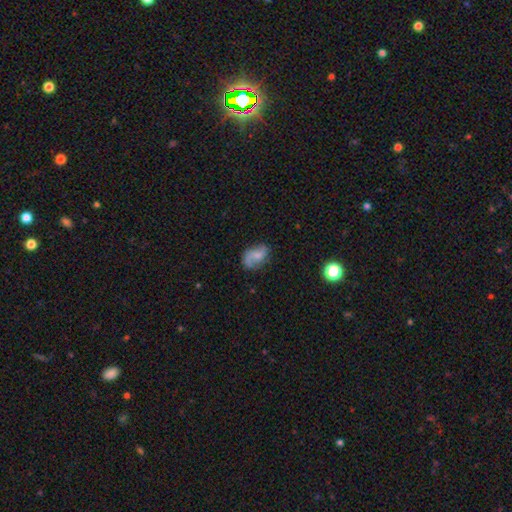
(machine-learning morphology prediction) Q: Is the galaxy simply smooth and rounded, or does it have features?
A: featured or disk — 56%.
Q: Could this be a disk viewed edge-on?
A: no — 97%.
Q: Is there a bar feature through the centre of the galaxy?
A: no — 57%.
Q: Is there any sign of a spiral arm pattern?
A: yes — 87%.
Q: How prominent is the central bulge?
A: small — 38%.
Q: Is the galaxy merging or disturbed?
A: none — 59%.